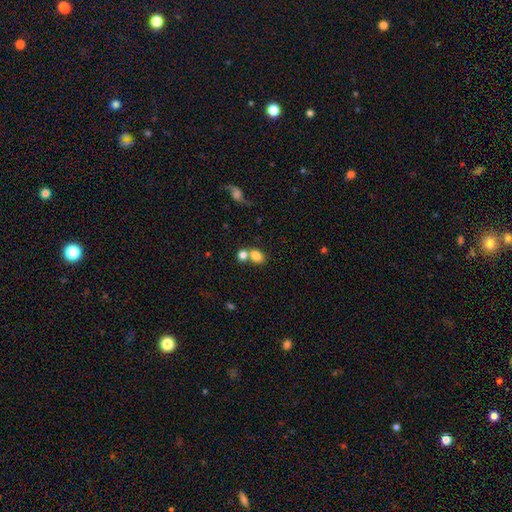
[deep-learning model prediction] Smooth or featured?
  - smooth: 80% *
  - star or artifact: 10%
  - featured or disk: 10%
How rounded?
  - in between: 62% *
  - round: 37%
  - cigar-shaped: 1%
Merging?
  - none: 43% * (tied)
  - merger: 43% * (tied)
  - minor disturbance: 10%
  - major disturbance: 5%